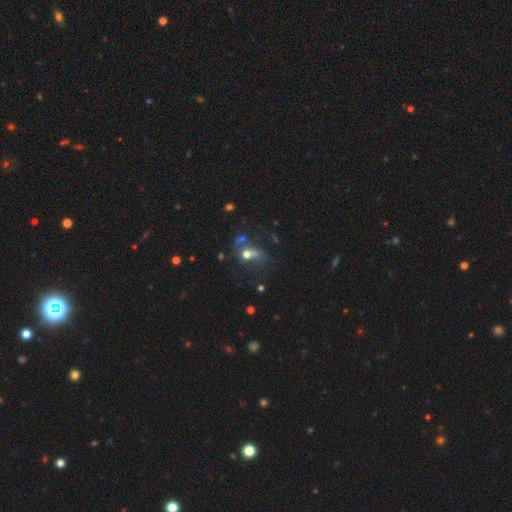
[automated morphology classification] Overall: featured or disk (41%; smooth 30%). Merging: none (50%; merger 23%).